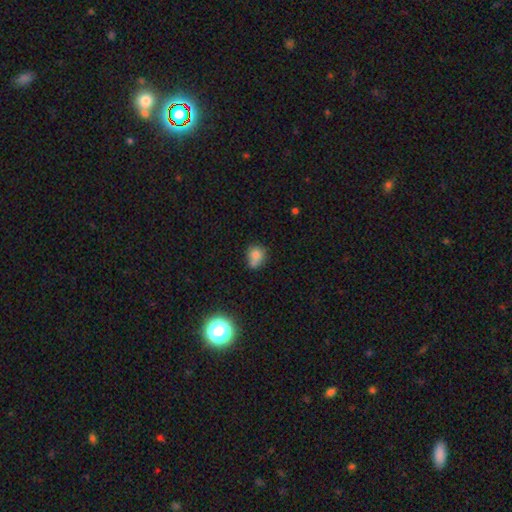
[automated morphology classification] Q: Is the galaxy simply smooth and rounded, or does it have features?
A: smooth — 76%.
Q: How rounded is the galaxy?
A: round — 71%.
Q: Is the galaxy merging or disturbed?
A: none — 45%.